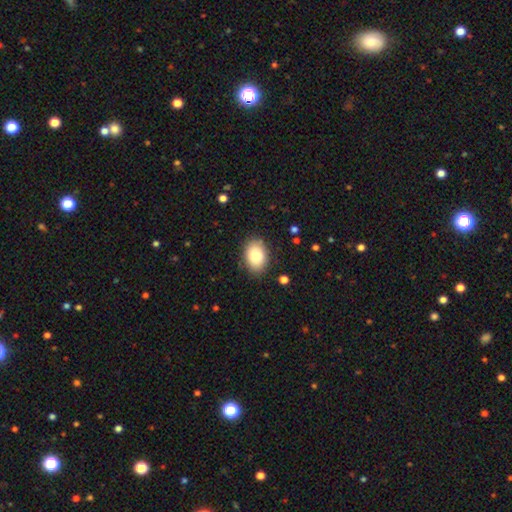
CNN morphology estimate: This appears to be a smooth galaxy with no disk features (83%) that is in between round and cigar-shaped (81%). Merging: none (86%).